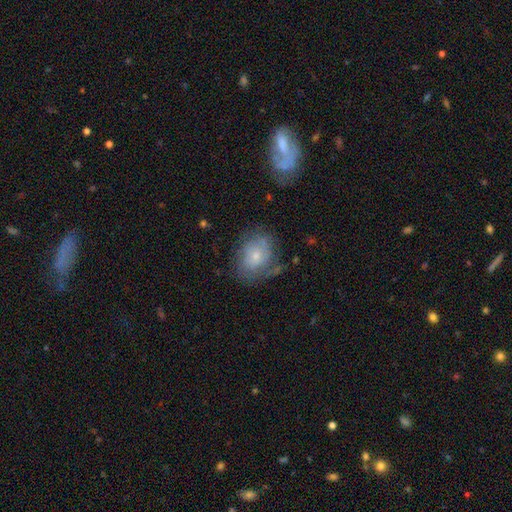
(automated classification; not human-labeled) Q: Smooth or featured?
A: smooth (48%); runner-up: featured or disk (43%)
Q: Merging?
A: none (55%); runner-up: minor disturbance (26%)